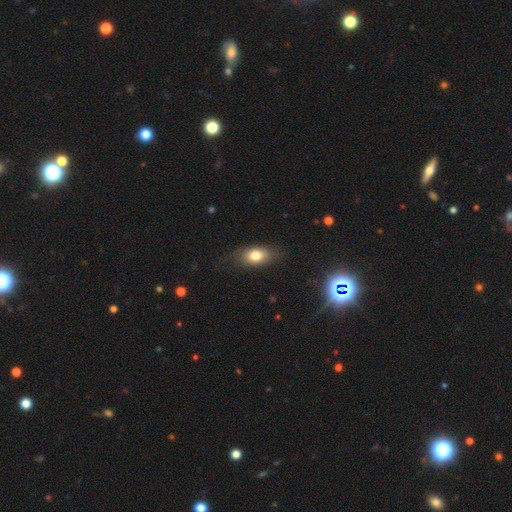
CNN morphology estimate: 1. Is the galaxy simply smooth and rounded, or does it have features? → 77% smooth, 14% featured or disk, 9% star or artifact.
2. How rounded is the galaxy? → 83% in between, 12% round, 5% cigar-shaped.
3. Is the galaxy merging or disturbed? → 75% none, 18% minor disturbance, 6% major disturbance, 1% merger.